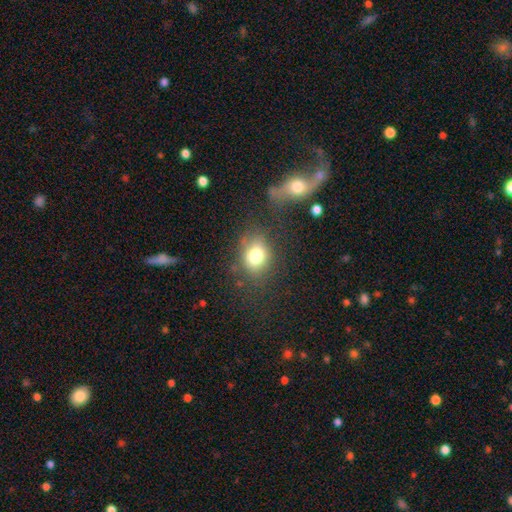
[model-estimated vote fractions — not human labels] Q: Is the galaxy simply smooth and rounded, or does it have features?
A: smooth — 75%.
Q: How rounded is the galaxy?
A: round — 52%.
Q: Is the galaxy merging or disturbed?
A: none — 71%.